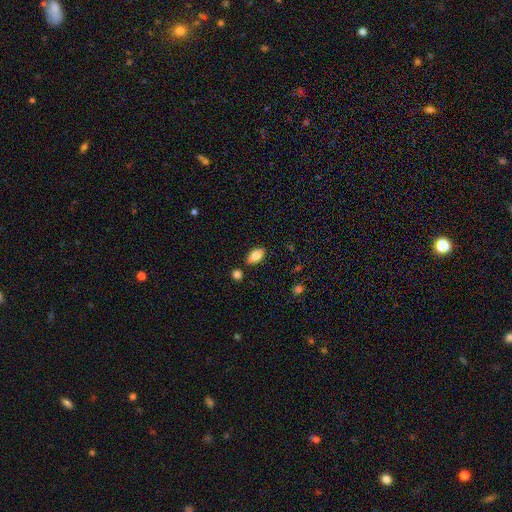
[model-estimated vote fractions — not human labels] smooth_or_featured: smooth (p=0.83) [alt: featured or disk p=0.10]
how_rounded: in between (p=0.92) [alt: round p=0.04]
merging: none (p=0.83) [alt: minor disturbance p=0.11]